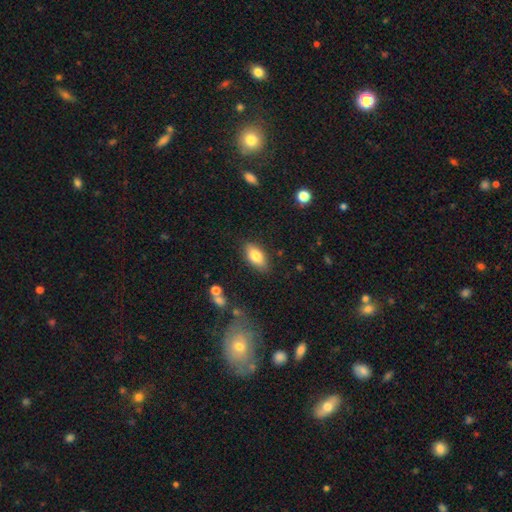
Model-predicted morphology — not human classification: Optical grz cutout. It shows a smooth galaxy with no disk features (77%) that is in between round and cigar-shaped (88%). Merging: none (85%).